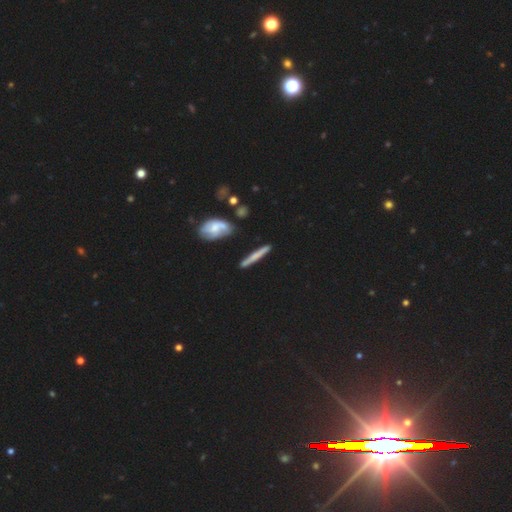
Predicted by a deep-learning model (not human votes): Morphology: type=smooth (49%); merging=none (84%).